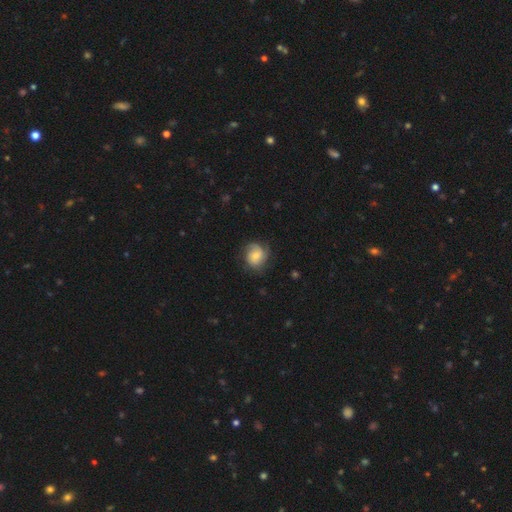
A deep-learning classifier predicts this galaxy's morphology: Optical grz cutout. It shows a featured or disk galaxy (49%). Merging: none (69%).